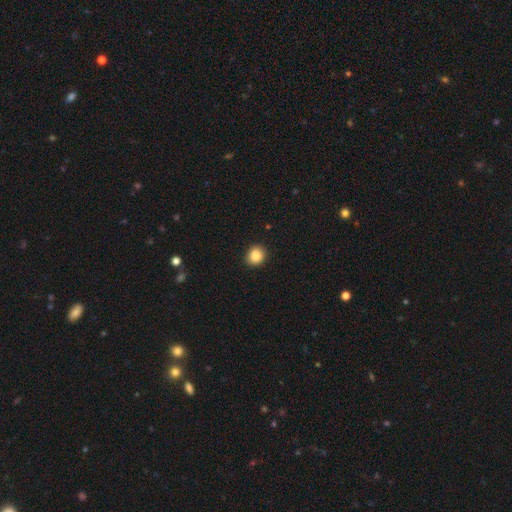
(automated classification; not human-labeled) Overall: smooth (86%). How rounded: round (84%). Merging: none (91%).